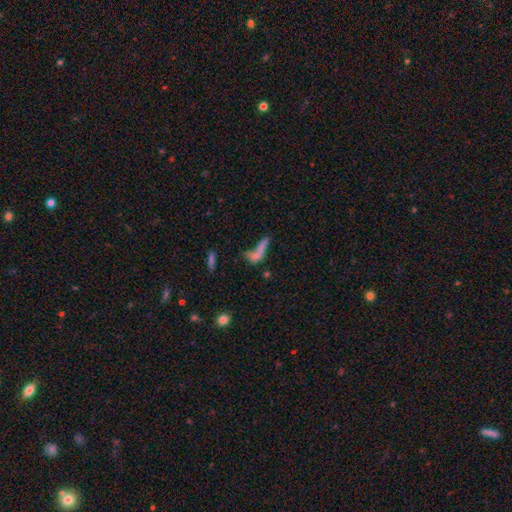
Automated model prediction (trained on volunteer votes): Smooth or featured?
  - smooth: 60% *
  - featured or disk: 25%
  - star or artifact: 15%
How rounded?
  - cigar-shaped: 58% *
  - in between: 36%
  - round: 6%
Merging?
  - merger: 32% *
  - none: 30%
  - major disturbance: 24%
  - minor disturbance: 14%